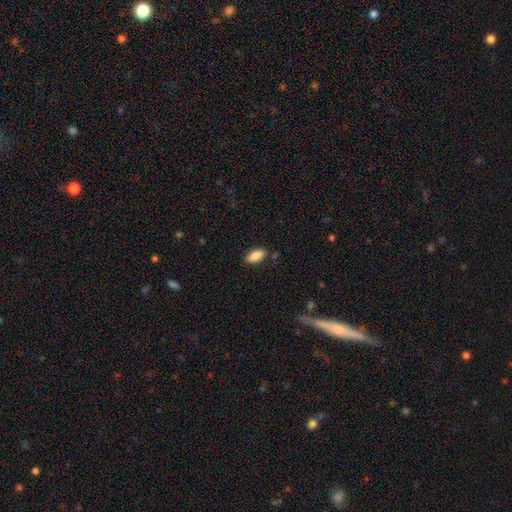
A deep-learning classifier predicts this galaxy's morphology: smooth_or_featured: smooth (p=0.86) [alt: star or artifact p=0.07]
how_rounded: in between (p=0.90) [alt: cigar-shaped p=0.08]
merging: none (p=0.85) [alt: minor disturbance p=0.10]